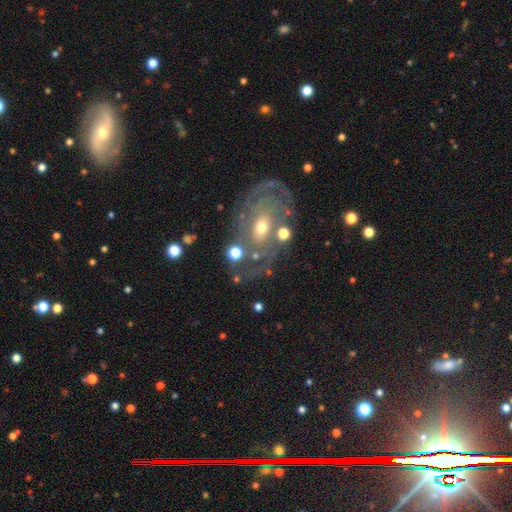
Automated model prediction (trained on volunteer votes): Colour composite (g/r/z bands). It shows a featured or disk galaxy (82%) with no bar (66%), tight (71%) spiral arms (89%) and a small central bulge (49%). Merging: none (72%).